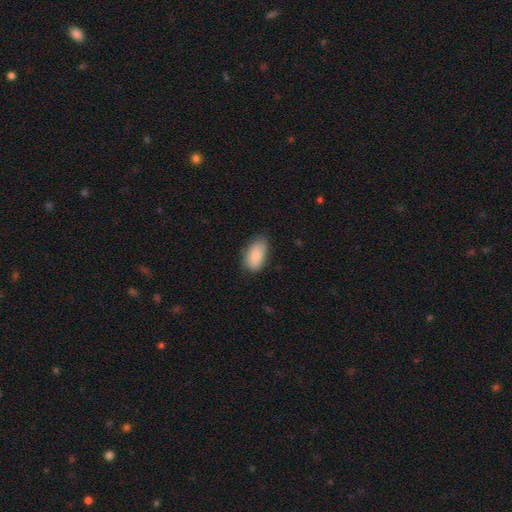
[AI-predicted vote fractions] Q: Smooth or featured?
A: smooth (79%); runner-up: featured or disk (14%)
Q: How rounded?
A: in between (93%); runner-up: round (5%)
Q: Merging?
A: none (69%); runner-up: minor disturbance (25%)